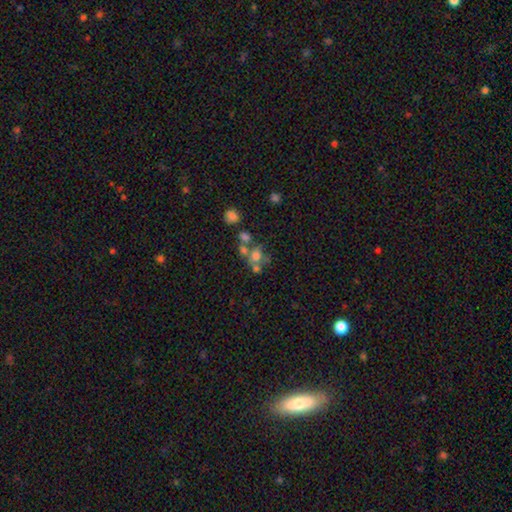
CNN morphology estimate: smooth_or_featured: smooth (p=0.59) [alt: featured or disk p=0.25]
how_rounded: round (p=0.63) [alt: in between p=0.36]
merging: merger (p=0.43) [alt: none p=0.37]